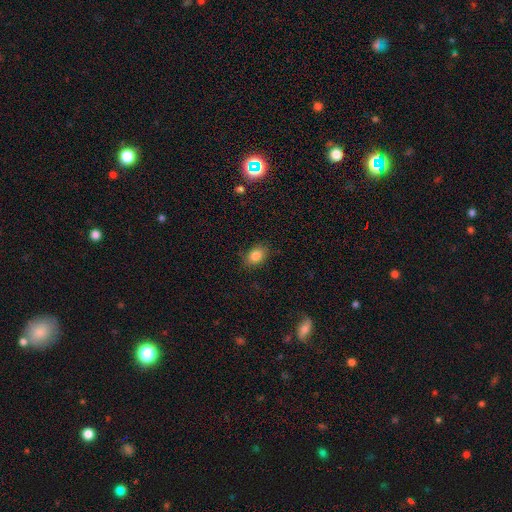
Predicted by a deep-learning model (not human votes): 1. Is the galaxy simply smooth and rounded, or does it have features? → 84% smooth, 10% star or artifact, 6% featured or disk.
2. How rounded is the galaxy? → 71% in between, 27% round, 1% cigar-shaped.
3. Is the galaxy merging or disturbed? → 84% none, 12% minor disturbance, 3% major disturbance, 1% merger.